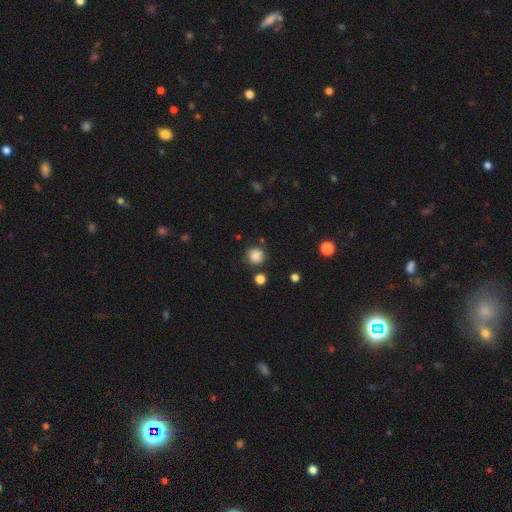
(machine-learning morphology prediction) smooth_or_featured: smooth (p=0.85) [alt: star or artifact p=0.11]
how_rounded: round (p=0.89) [alt: in between p=0.10]
merging: none (p=0.80) [alt: minor disturbance p=0.12]